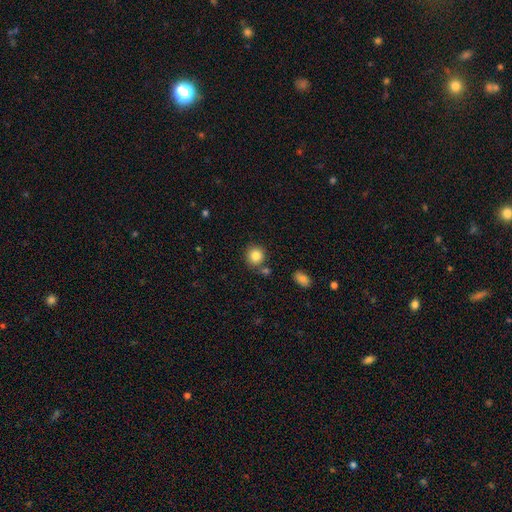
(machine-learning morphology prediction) Q: Smooth or featured?
A: smooth (84%); runner-up: star or artifact (10%)
Q: How rounded?
A: round (89%); runner-up: in between (10%)
Q: Merging?
A: none (77%); runner-up: merger (10%)